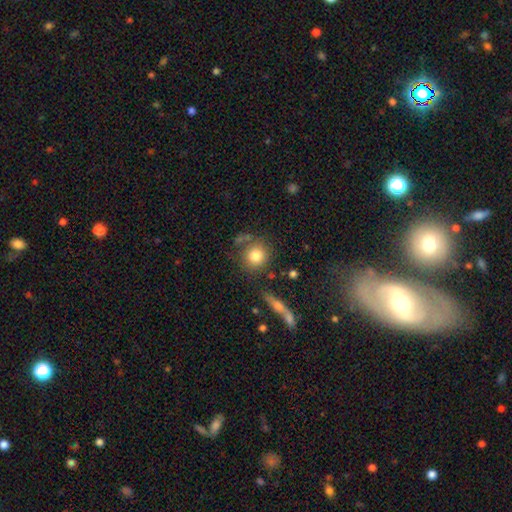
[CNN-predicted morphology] This appears to be a smooth galaxy with no disk features (80%) that is round (89%). Merging: none (70%).